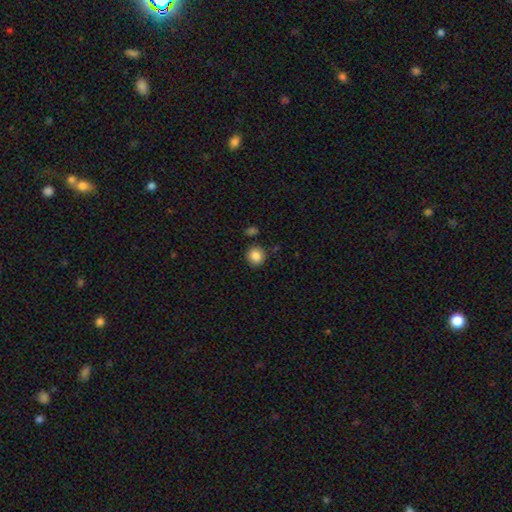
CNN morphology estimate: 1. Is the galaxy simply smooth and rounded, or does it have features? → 86% smooth, 9% star or artifact, 5% featured or disk.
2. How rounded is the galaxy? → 90% round, 9% in between, 1% cigar-shaped.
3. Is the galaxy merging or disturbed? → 86% none, 8% minor disturbance, 4% merger, 2% major disturbance.